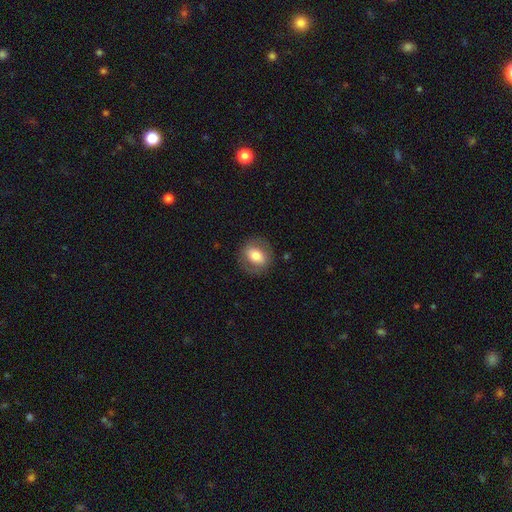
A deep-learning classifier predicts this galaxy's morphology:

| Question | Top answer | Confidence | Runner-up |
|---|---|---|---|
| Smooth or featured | smooth | 61% | featured or disk (31%) |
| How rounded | round | 58% | in between (41%) |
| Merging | none | 82% | minor disturbance (11%) |